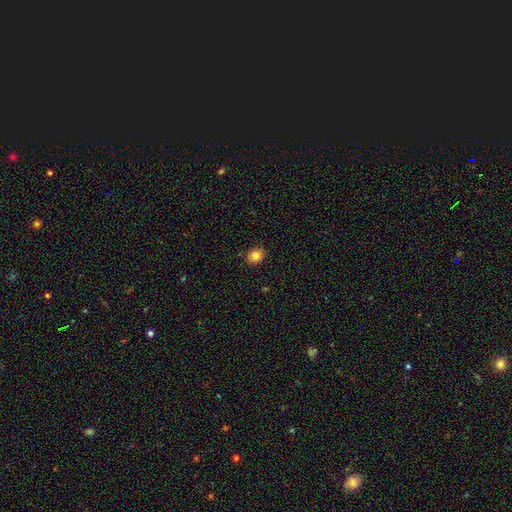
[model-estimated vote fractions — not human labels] This is clearly a smooth galaxy (82%). How rounded: likely round (71%). Merging: clearly none (88%).